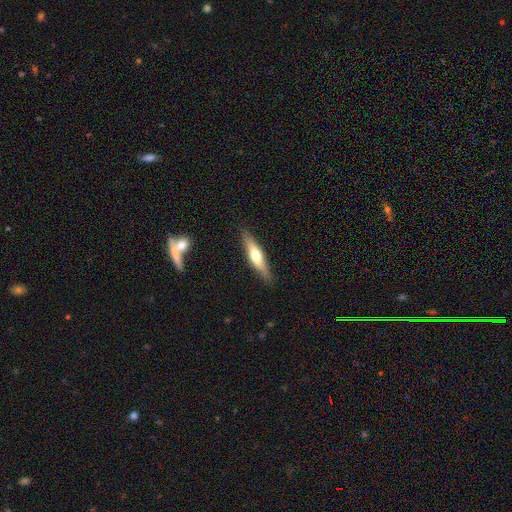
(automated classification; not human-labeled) Morphology: type=featured or disk (50%); merging=none (88%).